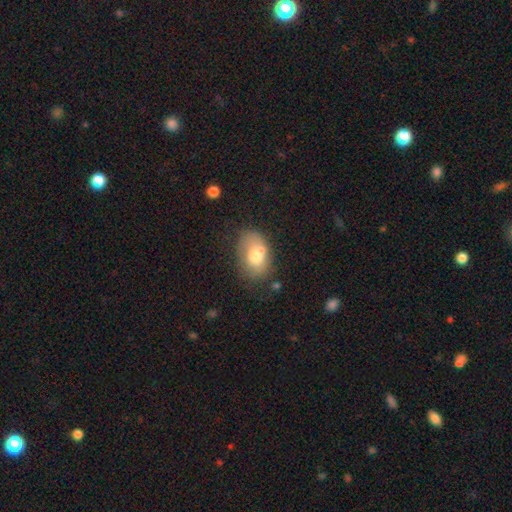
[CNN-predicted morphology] Smooth or featured?
  - smooth: 68% *
  - featured or disk: 24%
  - star or artifact: 8%
How rounded?
  - in between: 82% *
  - round: 17%
  - cigar-shaped: 1%
Merging?
  - none: 40% *
  - minor disturbance: 24%
  - merger: 24%
  - major disturbance: 12%